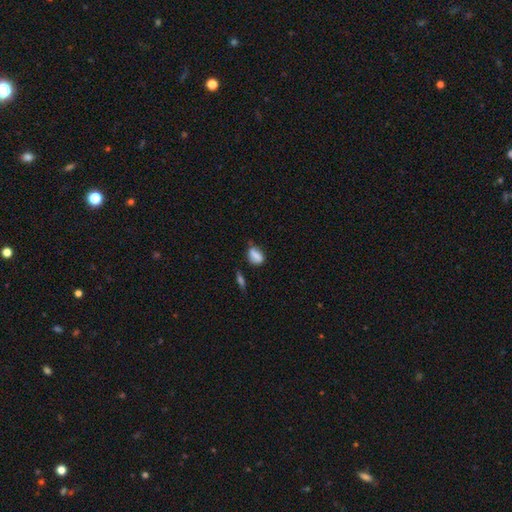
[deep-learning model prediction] This is likely a smooth galaxy (76%). How rounded: likely in between (76%). Merging: possibly none (52%).